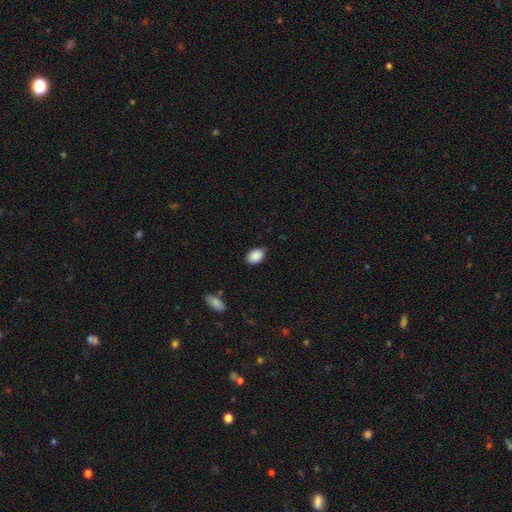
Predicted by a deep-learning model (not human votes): A smooth galaxy with no disk features (89%) that is in between round and cigar-shaped (80%). Merging: none (73%).